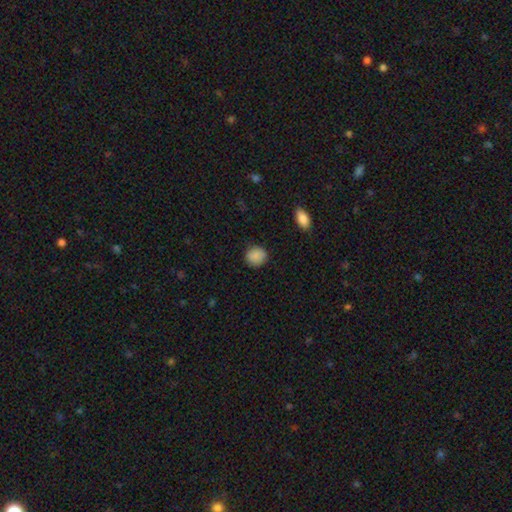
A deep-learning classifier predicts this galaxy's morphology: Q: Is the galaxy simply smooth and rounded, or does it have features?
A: smooth — 88%.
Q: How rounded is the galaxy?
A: round — 81%.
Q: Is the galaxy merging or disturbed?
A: none — 85%.